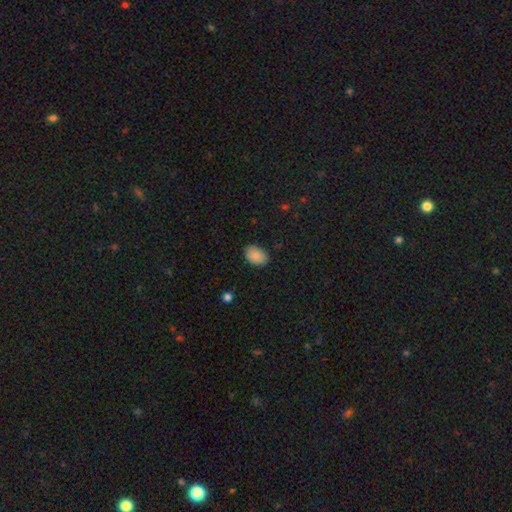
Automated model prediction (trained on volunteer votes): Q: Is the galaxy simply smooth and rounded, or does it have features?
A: smooth — 89%.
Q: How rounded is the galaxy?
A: in between — 82%.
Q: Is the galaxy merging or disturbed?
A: none — 87%.